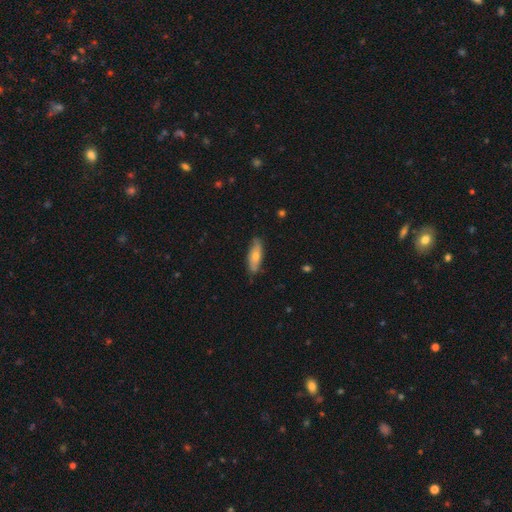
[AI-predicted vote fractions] smooth_or_featured: smooth (p=0.61) [alt: featured or disk p=0.33]
how_rounded: in between (p=0.58) [alt: cigar-shaped p=0.39]
merging: none (p=0.81) [alt: minor disturbance p=0.16]